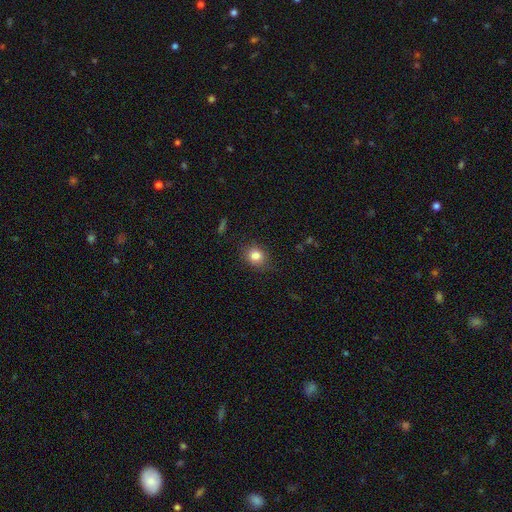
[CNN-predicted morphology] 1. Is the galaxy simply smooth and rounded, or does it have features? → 82% smooth, 11% star or artifact, 7% featured or disk.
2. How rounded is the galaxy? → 64% round, 34% in between, 1% cigar-shaped.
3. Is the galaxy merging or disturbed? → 81% none, 14% minor disturbance, 3% major disturbance, 1% merger.